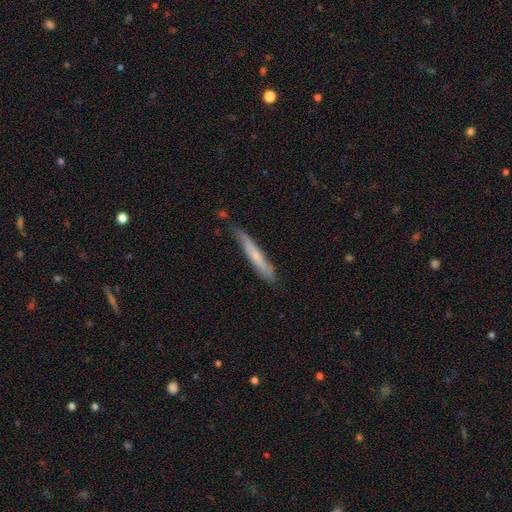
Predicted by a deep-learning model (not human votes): smooth_or_featured: smooth (p=0.59) [alt: featured or disk p=0.35]
how_rounded: cigar-shaped (p=0.95) [alt: in between p=0.04]
merging: none (p=0.73) [alt: minor disturbance p=0.22]